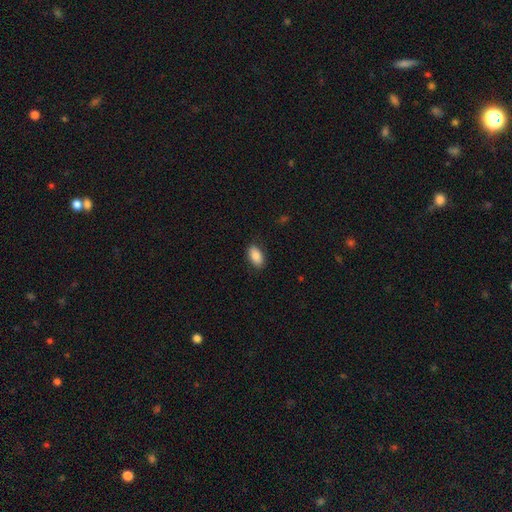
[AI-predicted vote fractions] Smooth or featured: smooth — 87% (star or artifact — 7%)
How rounded: in between — 93% (round — 4%)
Merging: none — 86% (minor disturbance — 11%)